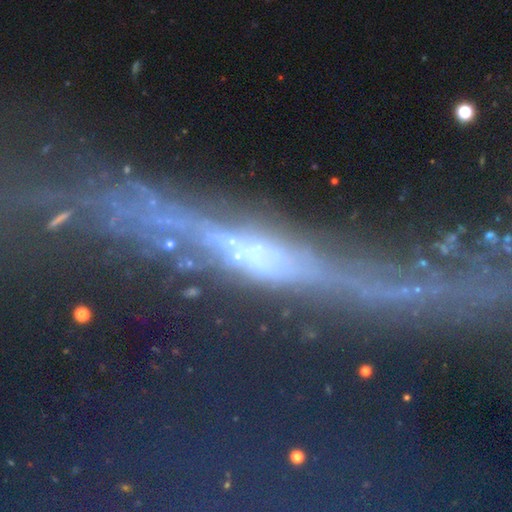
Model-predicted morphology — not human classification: smooth_or_featured: featured or disk (p=0.55) [alt: star or artifact p=0.27]
disk_edge_on: yes (p=0.55) [alt: no p=0.45]
merging: none (p=0.33) [alt: major disturbance p=0.30]